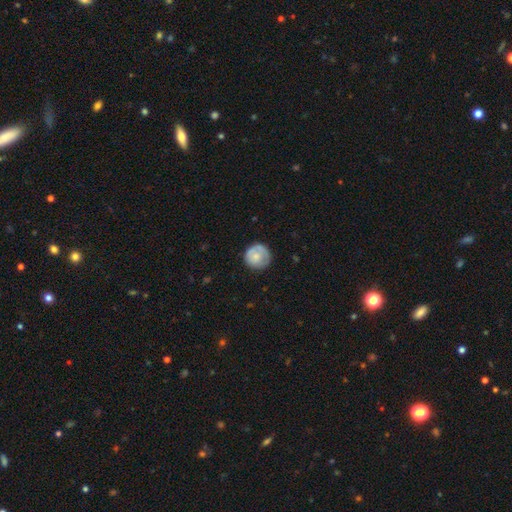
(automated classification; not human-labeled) The model was most divided on "smooth or featured": smooth: 69%, featured or disk: 25%, star or artifact: 7%. More confident: how rounded — round (93%); merging — none (73%).